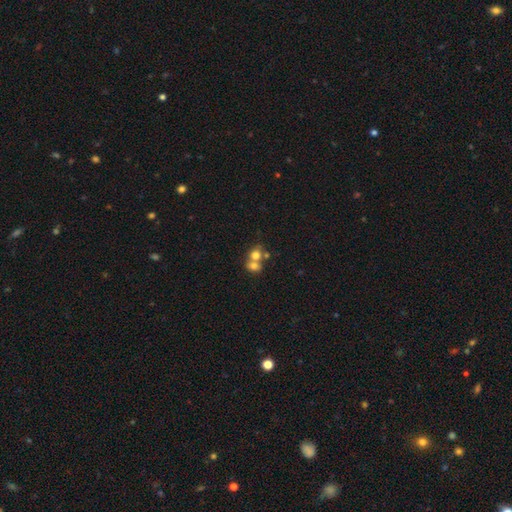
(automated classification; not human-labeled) Overall: smooth (73%). How rounded: round (61%; in between 38%). Merging: merger (64%; none 26%).